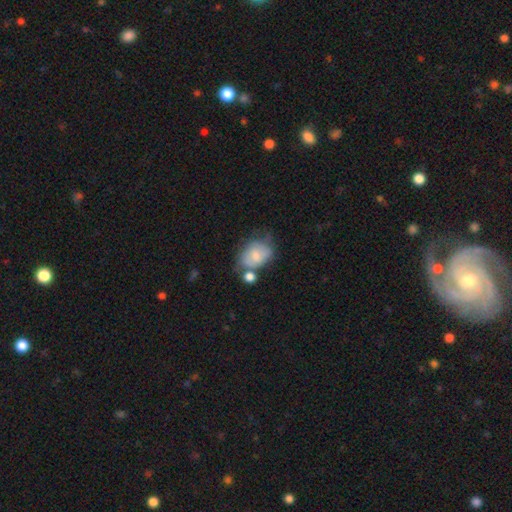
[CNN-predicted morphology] A smooth galaxy with no disk features (69%) that is in between round and cigar-shaped (70%). Merging: none (35%).